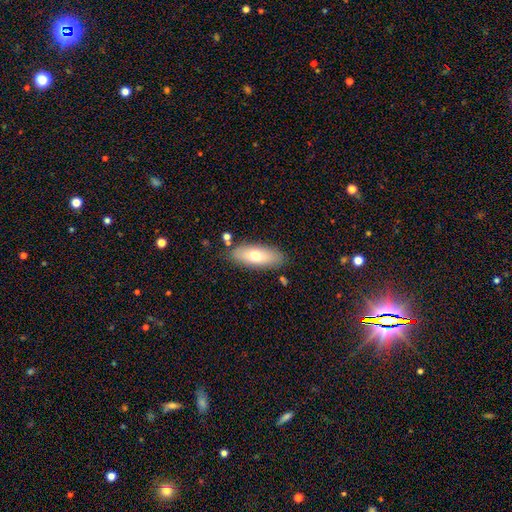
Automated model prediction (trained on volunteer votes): This appears to be a smooth galaxy with no disk features (70%) that is in between round and cigar-shaped (70%). Merging: none (83%).